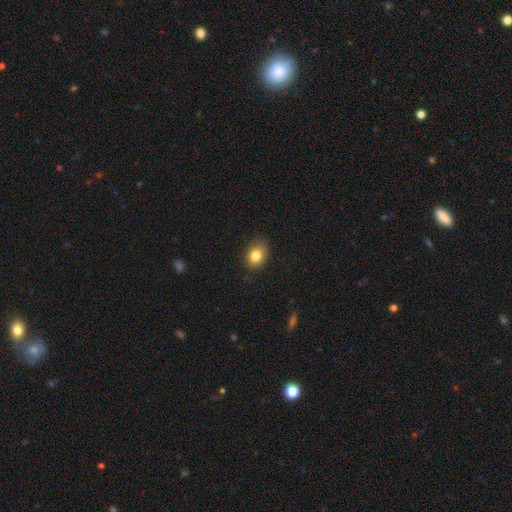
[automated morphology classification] The model was most divided on "how rounded": in between: 54%, round: 45%, cigar-shaped: 1%. More confident: merging — none (84%); smooth or featured — smooth (82%).